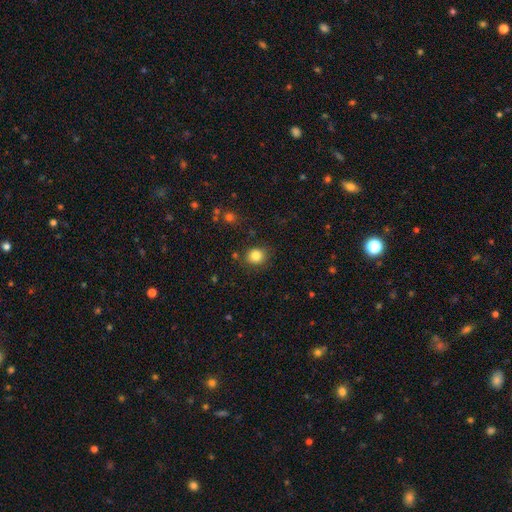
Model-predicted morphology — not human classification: smooth_or_featured: smooth (p=0.84) [alt: star or artifact p=0.11]
how_rounded: round (p=0.77) [alt: in between p=0.22]
merging: none (p=0.83) [alt: minor disturbance p=0.11]